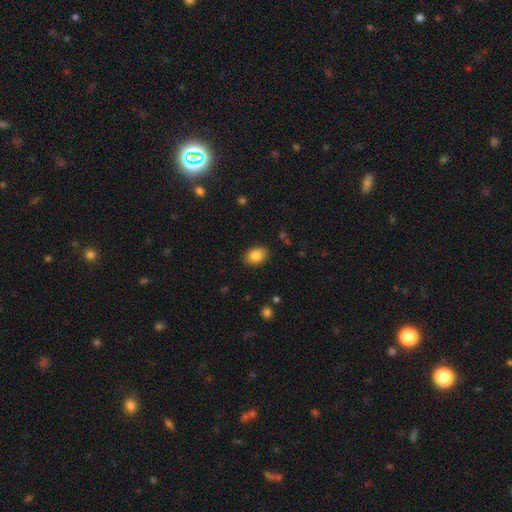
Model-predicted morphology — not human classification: smooth 84%, star or artifact 8%, featured or disk 7%. Down the decision tree: how rounded — in between (75%); merging — none (87%).